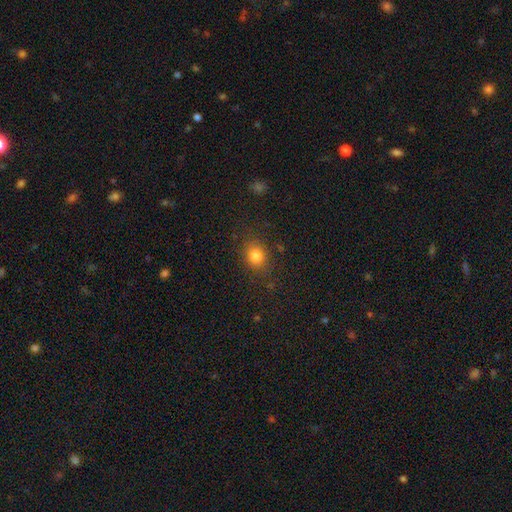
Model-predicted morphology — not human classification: The model was most divided on "how rounded": round: 62%, in between: 37%, cigar-shaped: 1%. More confident: merging — none (82%); smooth or featured — smooth (82%).